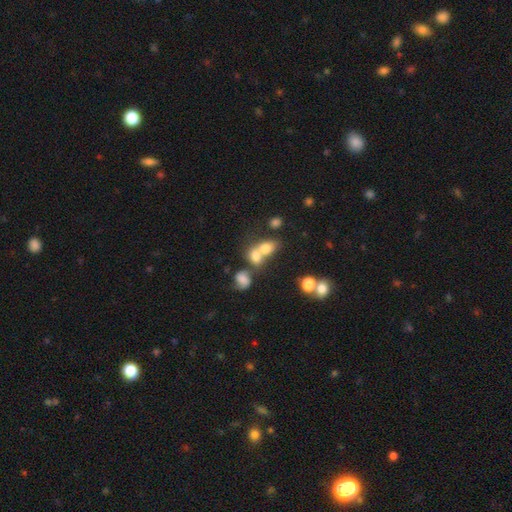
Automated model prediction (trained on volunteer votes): smooth-or-featured: smooth: 70% | featured or disk: 17% | star or artifact: 13%
  how-rounded: in between: 53% | round: 45% | cigar-shaped: 2%
  merging: merger: 64% | none: 23% | minor disturbance: 8% | major disturbance: 6%